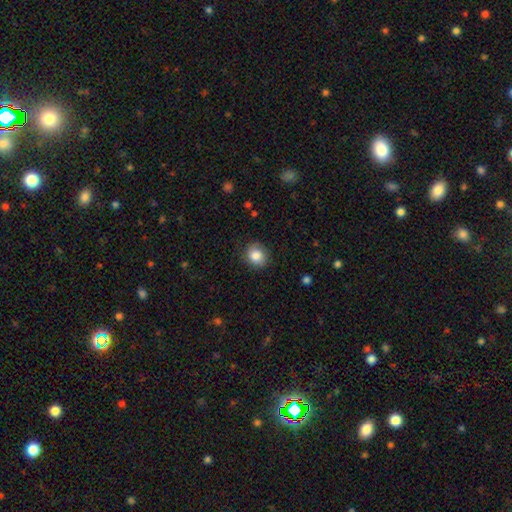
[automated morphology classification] A smooth galaxy with no disk features (85%) that is round (73%). Merging: none (82%).